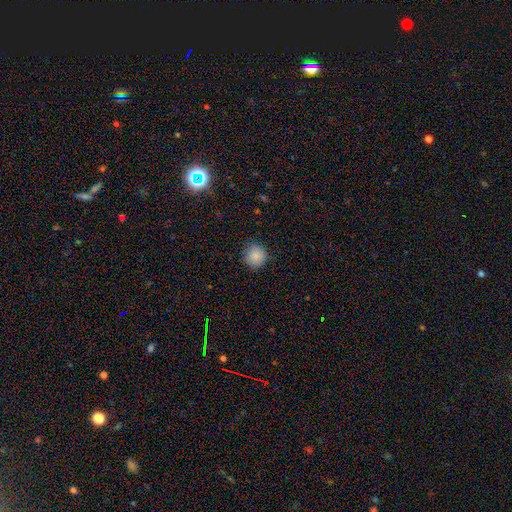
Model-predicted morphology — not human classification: A smooth galaxy with no disk features (86%) that is round (93%).

Vote fractions:
- Smooth or featured? smooth: 86% / star or artifact: 9% / featured or disk: 5%
- How rounded? round: 93% / in between: 6% / cigar-shaped: 1%
- Merging? none: 86% / minor disturbance: 11% / major disturbance: 3% / merger: 1%